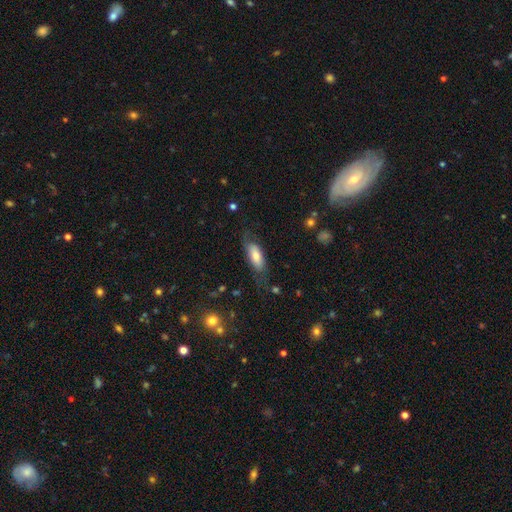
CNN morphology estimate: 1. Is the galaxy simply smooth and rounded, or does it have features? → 67% smooth, 26% featured or disk, 7% star or artifact.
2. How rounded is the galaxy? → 75% in between, 23% cigar-shaped, 3% round.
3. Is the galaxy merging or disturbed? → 62% none, 23% minor disturbance, 14% major disturbance, 2% merger.